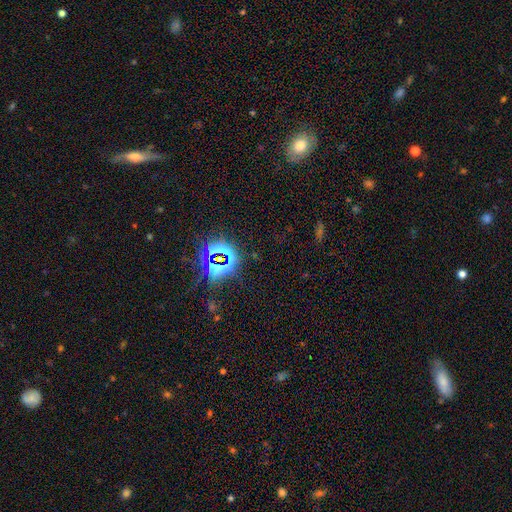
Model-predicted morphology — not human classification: Overall: star or artifact (80%).